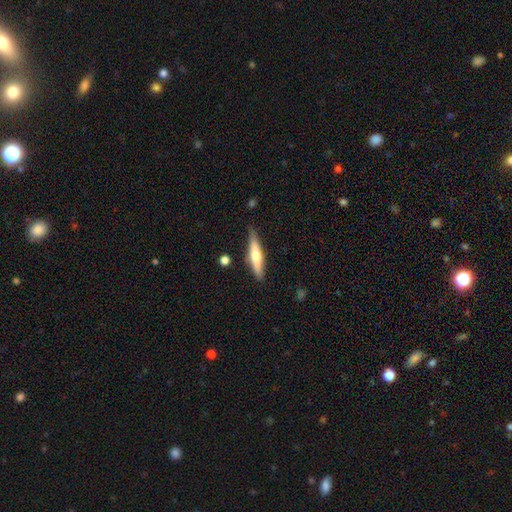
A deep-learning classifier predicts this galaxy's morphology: type=smooth (53%); roundness=cigar-shaped (84%); merging=none (79%).